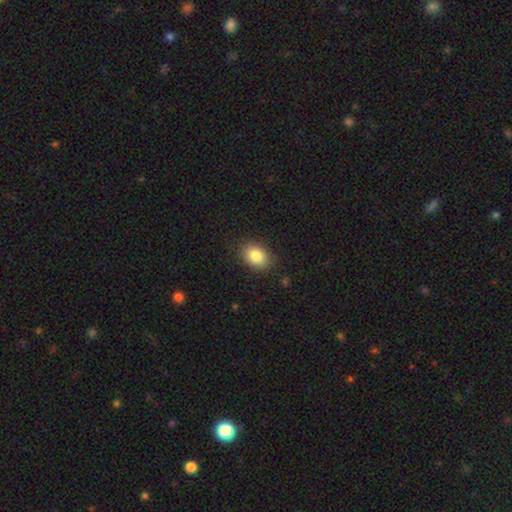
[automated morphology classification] smooth-or-featured: smooth: 86% | star or artifact: 8% | featured or disk: 6%
  how-rounded: in between: 73% | round: 25% | cigar-shaped: 1%
  merging: none: 86% | minor disturbance: 11% | major disturbance: 3% | merger: 1%